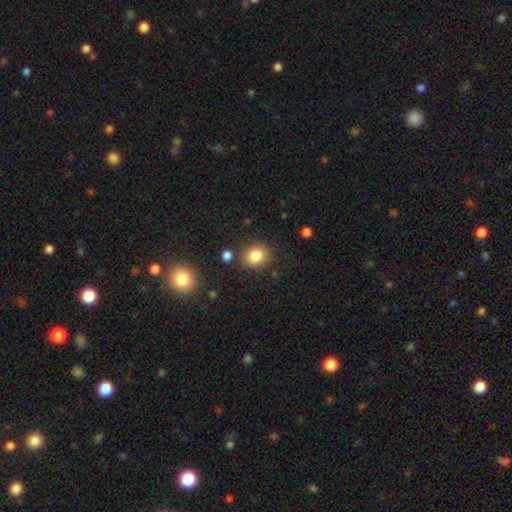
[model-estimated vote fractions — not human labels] This appears to be a smooth galaxy with no disk features (84%) that is round (75%). Merging: none (80%).